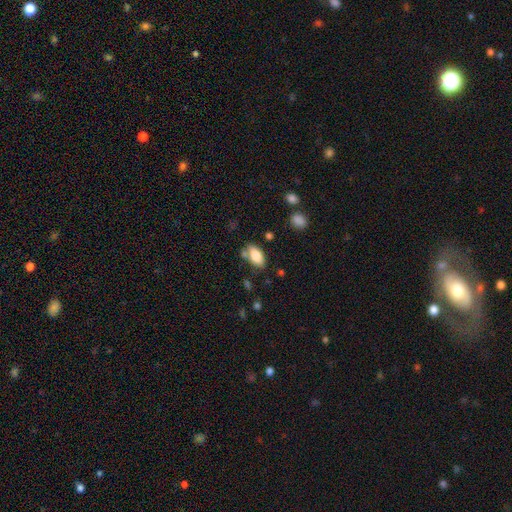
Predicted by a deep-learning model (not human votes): smooth 81%, featured or disk 11%, star or artifact 7%. Down the decision tree: how rounded — in between (91%); merging — none (63%).